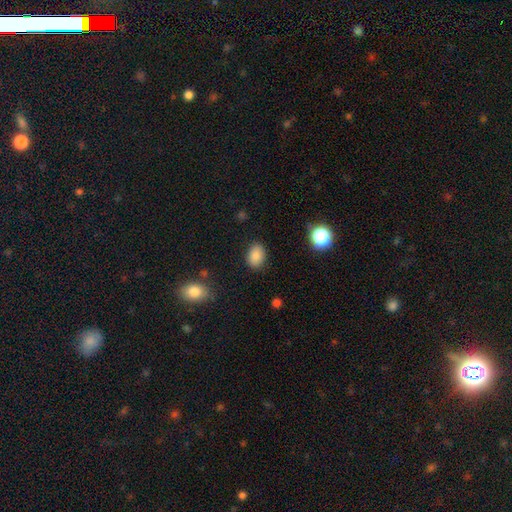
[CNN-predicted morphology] This appears to be a smooth galaxy with no disk features (84%) that is in between round and cigar-shaped (77%). Merging: none (86%).